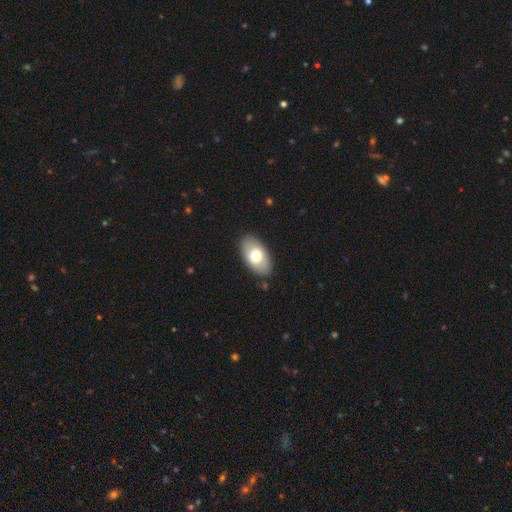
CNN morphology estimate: type=smooth (70%); roundness=in between (94%); merging=none (87%).